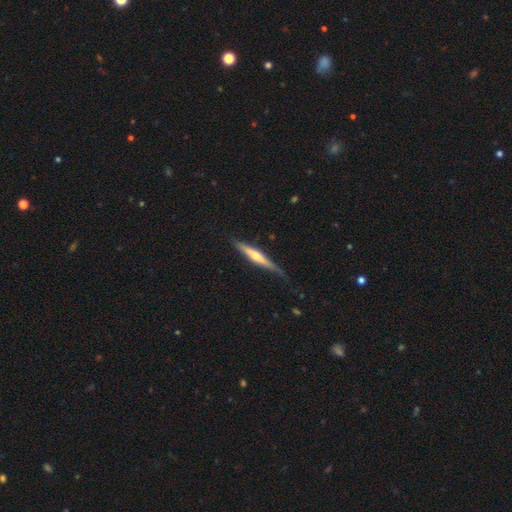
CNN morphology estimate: A featured or disk galaxy (64%) viewed edge-on (96%) with a rounded central bulge (80%). Merging: none (76%).